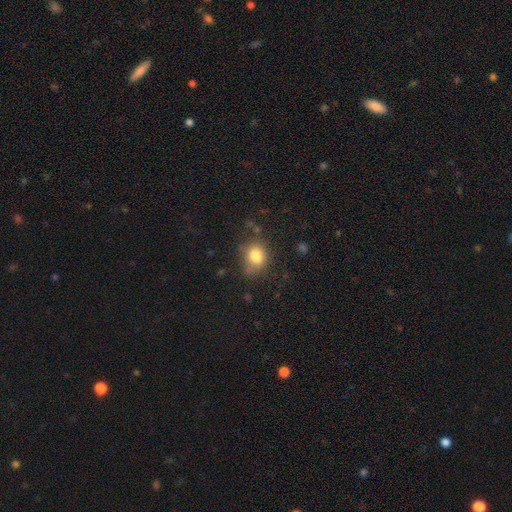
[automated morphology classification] This is clearly a smooth galaxy (80%). How rounded: possibly round (57%). Merging: likely none (62%).